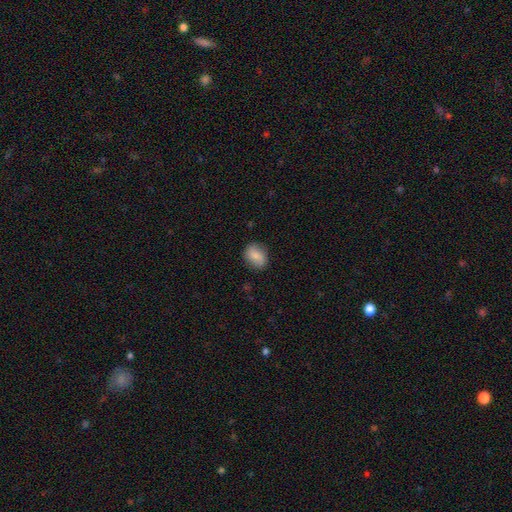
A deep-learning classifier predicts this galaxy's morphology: type=smooth (78%); roundness=in between (52%); merging=none (83%).